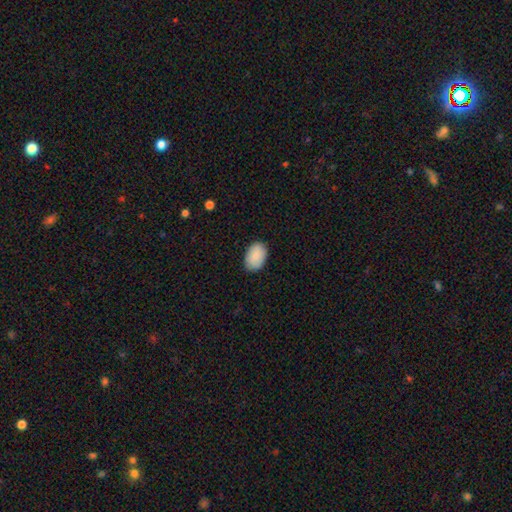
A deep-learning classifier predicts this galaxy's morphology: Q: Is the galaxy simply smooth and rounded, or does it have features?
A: smooth — 90%.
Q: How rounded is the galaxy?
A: in between — 89%.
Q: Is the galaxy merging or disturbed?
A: none — 87%.